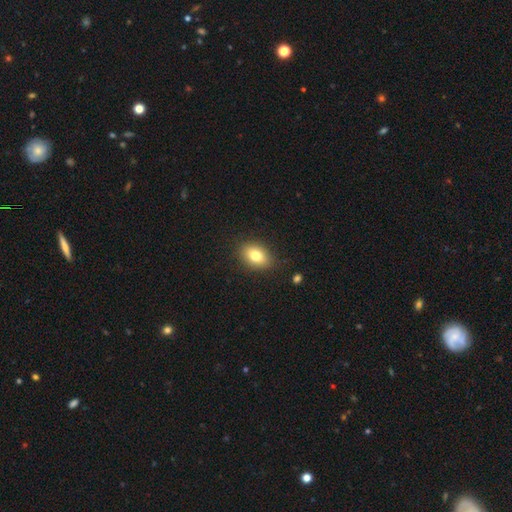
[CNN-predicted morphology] A smooth galaxy with no disk features (79%) that is in between round and cigar-shaped (79%).

Vote fractions:
- Smooth or featured? smooth: 79% / featured or disk: 12% / star or artifact: 9%
- How rounded? in between: 79% / round: 19% / cigar-shaped: 2%
- Merging? none: 86% / minor disturbance: 10% / major disturbance: 3% / merger: 1%